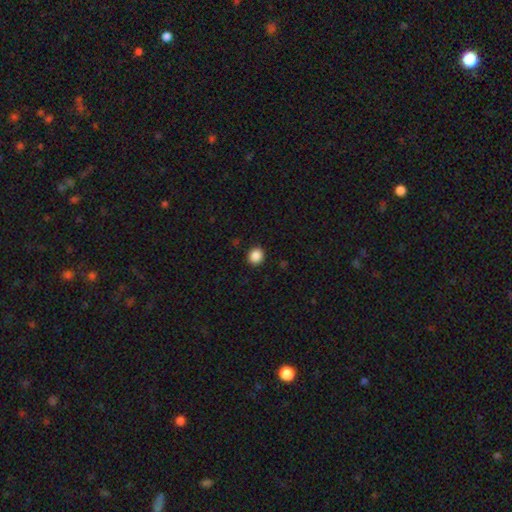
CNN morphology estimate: smooth-or-featured: smooth: 88% | star or artifact: 10% | featured or disk: 3%
  how-rounded: round: 86% | in between: 14% | cigar-shaped: 1%
  merging: none: 92% | minor disturbance: 5% | major disturbance: 2% | merger: 1%